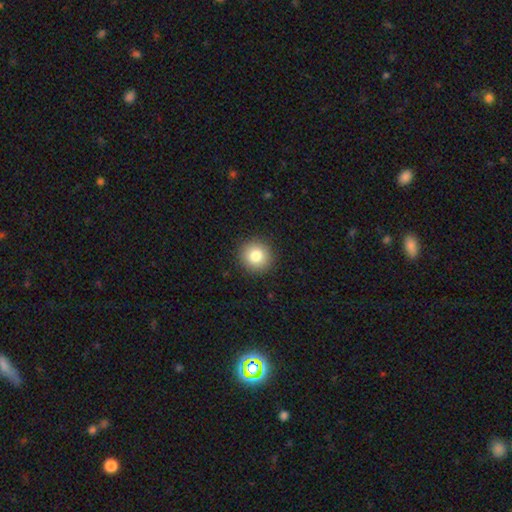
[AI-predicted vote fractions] smooth_or_featured: smooth (p=0.82) [alt: star or artifact p=0.10]
how_rounded: round (p=0.94) [alt: in between p=0.05]
merging: none (p=0.92) [alt: minor disturbance p=0.05]